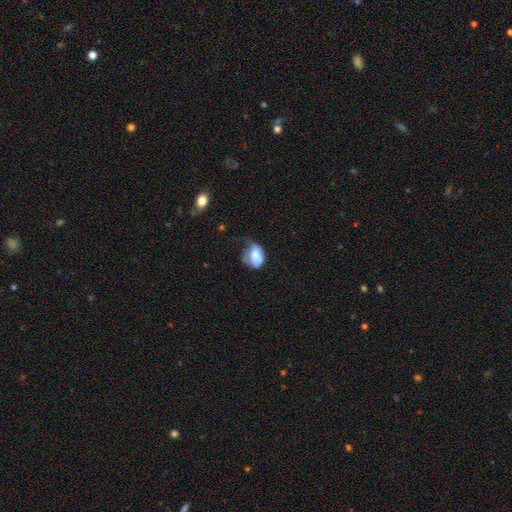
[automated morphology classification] This is likely a smooth galaxy (72%). How rounded: likely in between (75%). Merging: marginally major disturbance (40%).